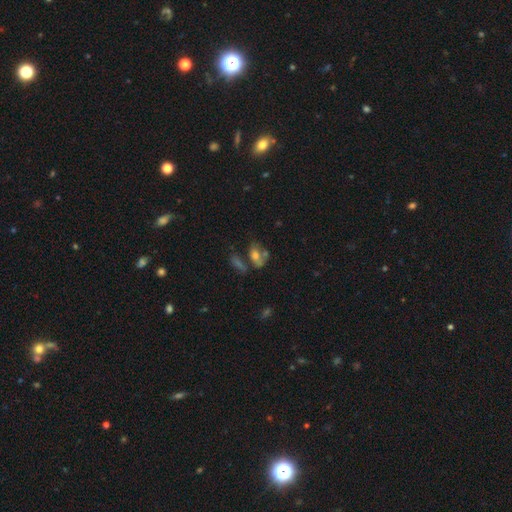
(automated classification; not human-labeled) A smooth galaxy with no disk features (59%) that is in between round and cigar-shaped (78%).

Vote fractions:
- Smooth or featured? smooth: 59% / featured or disk: 28% / star or artifact: 13%
- How rounded? in between: 78% / round: 15% / cigar-shaped: 7%
- Merging? none: 41% / merger: 30% / minor disturbance: 17% / major disturbance: 11%